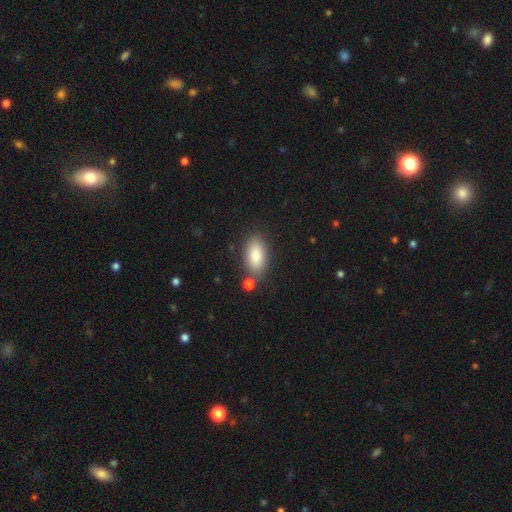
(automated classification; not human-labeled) Morphology: type=smooth (84%); roundness=in between (91%); merging=none (75%).